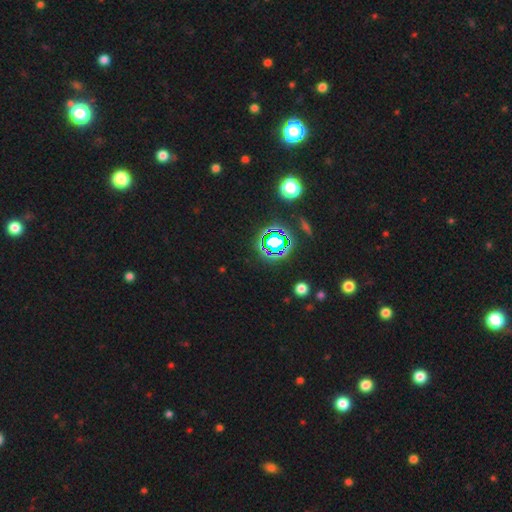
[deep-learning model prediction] A star or artifact, not a galaxy (79%).

Vote fractions:
- Smooth or featured? star or artifact: 79% / smooth: 14% / featured or disk: 7%